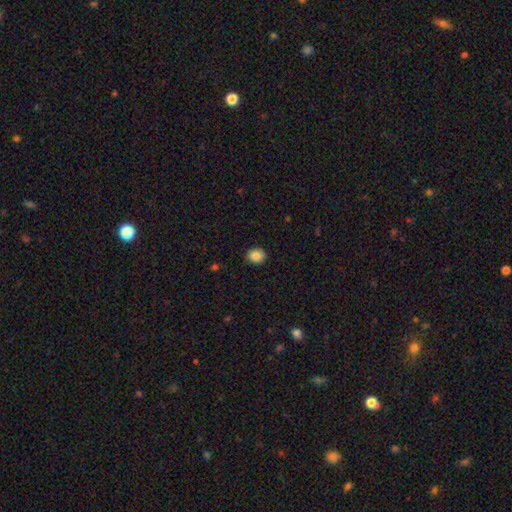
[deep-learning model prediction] Smooth or featured? Predicted: smooth (p=0.87). How rounded? Predicted: round (p=0.72). Merging? Predicted: none (p=0.90).